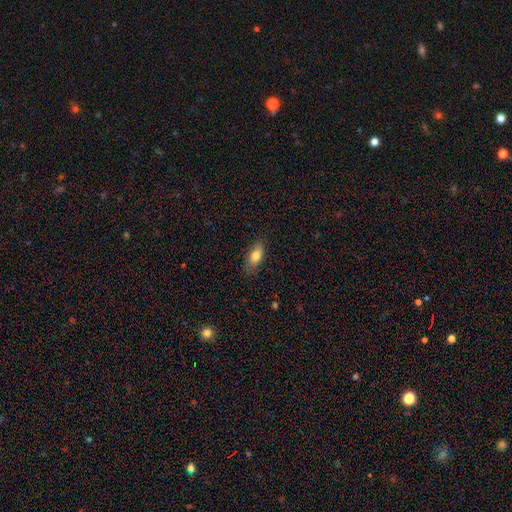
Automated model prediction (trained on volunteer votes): A smooth galaxy with no disk features (79%) that is in between round and cigar-shaped (83%).

Vote fractions:
- Smooth or featured? smooth: 79% / featured or disk: 13% / star or artifact: 7%
- How rounded? in between: 83% / cigar-shaped: 13% / round: 4%
- Merging? none: 82% / minor disturbance: 14% / major disturbance: 3% / merger: 1%